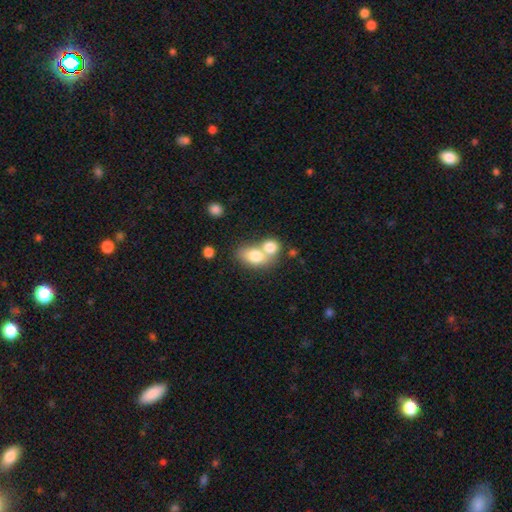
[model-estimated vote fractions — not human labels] Smooth or featured? smooth (76%)
How rounded? in between (75%)
Merging? merger (63%)